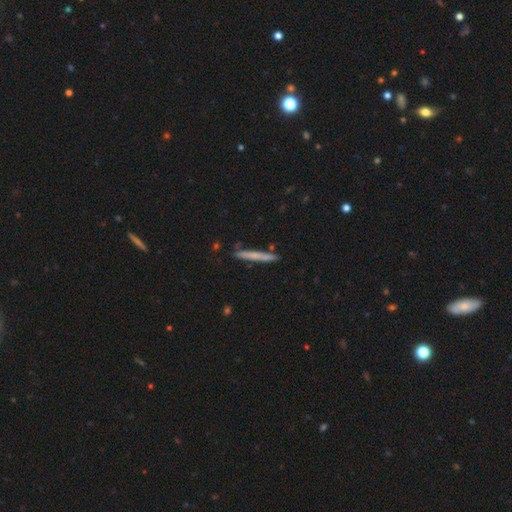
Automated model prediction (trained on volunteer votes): Overall: smooth (60%; featured or disk 34%). How rounded: cigar-shaped (96%). Merging: none (86%).